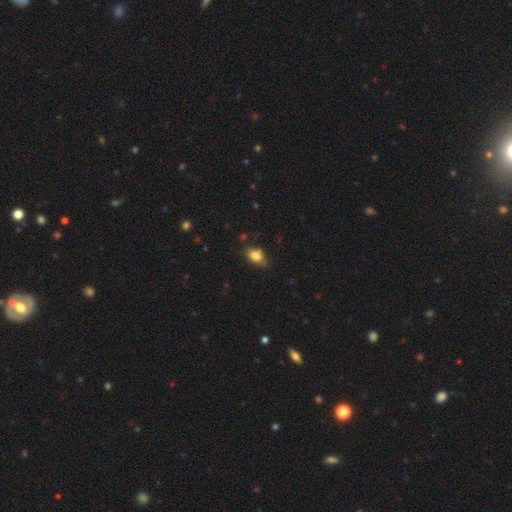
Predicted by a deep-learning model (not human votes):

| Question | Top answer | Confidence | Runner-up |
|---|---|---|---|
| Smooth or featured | smooth | 81% | featured or disk (9%) |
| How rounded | in between | 76% | round (21%) |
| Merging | none | 68% | minor disturbance (25%) |